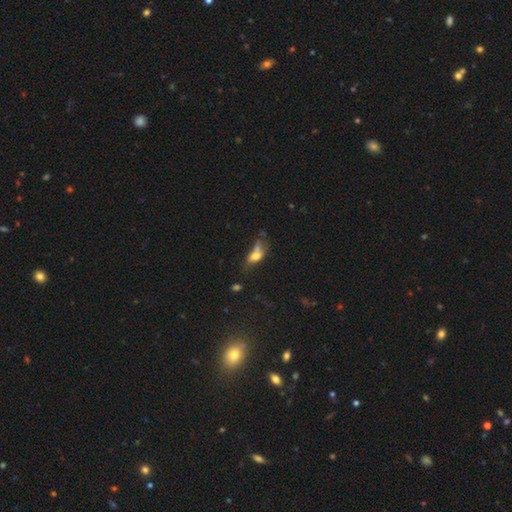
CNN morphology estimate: The model was most divided on "merging": major disturbance: 34%, none: 24%, merger: 21%, minor disturbance: 21%. More confident: how rounded — in between (76%); smooth or featured — smooth (58%).